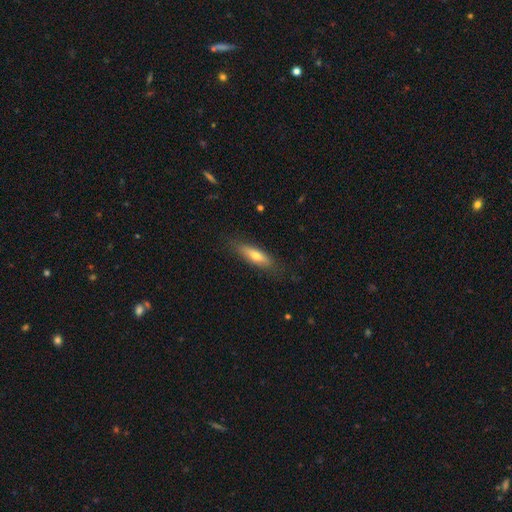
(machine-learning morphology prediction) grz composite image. It shows a smooth galaxy with no disk features (64%) that is cigar-shaped (55%). Merging: none (81%).